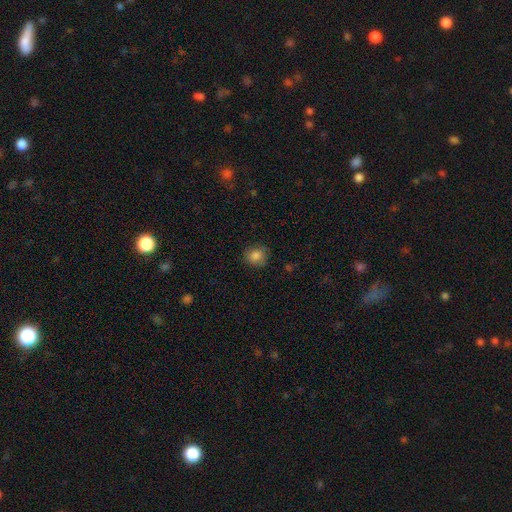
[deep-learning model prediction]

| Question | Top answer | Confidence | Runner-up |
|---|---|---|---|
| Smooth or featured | smooth | 84% | star or artifact (10%) |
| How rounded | round | 81% | in between (18%) |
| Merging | none | 81% | minor disturbance (15%) |